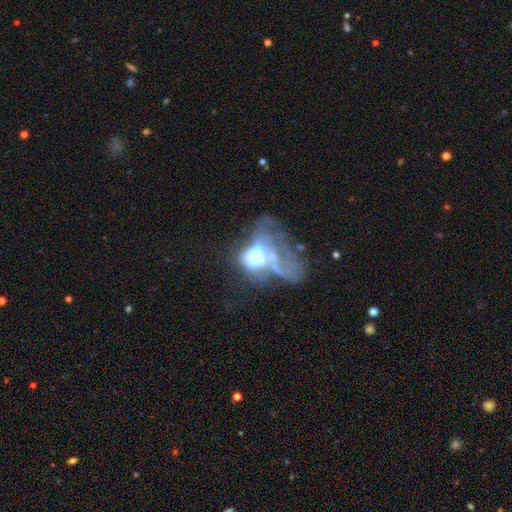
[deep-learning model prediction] A featured or disk galaxy (55%) with no bar (83%), no spiral arms (89%) and a moderate central bulge (37%).

Vote fractions:
- Smooth or featured? featured or disk: 55% / smooth: 30% / star or artifact: 15%
- Edge-on disk? no: 96% / yes: 4%
- Bar? no: 83% / weak: 12% / strong: 5%
- Spiral arms? no: 89% / yes: 11%
- Bulge size? moderate: 37% / large: 31% / none: 13% / small: 11% / dominant: 8%
- Merging? major disturbance: 42% / merger: 41% / none: 10% / minor disturbance: 7%